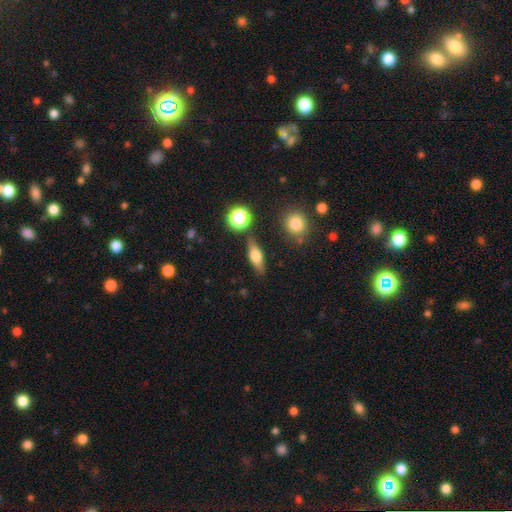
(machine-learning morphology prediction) This is possibly a smooth galaxy (57%). How rounded: possibly in between (52%). Merging: clearly none (81%).